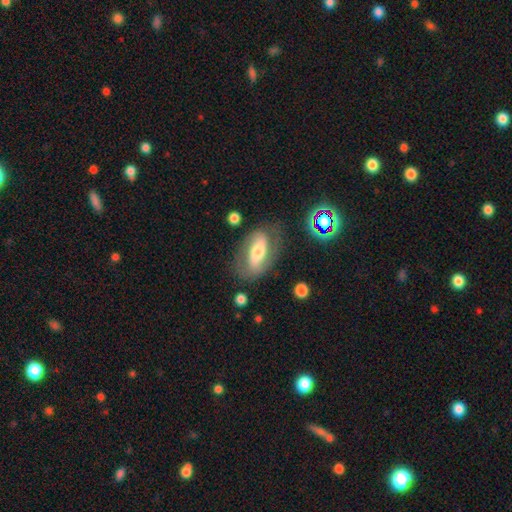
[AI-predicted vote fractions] A featured or disk galaxy (53%).

Vote fractions:
- Smooth or featured? featured or disk: 53% / smooth: 37% / star or artifact: 10%
- Edge-on disk? no: 83% / yes: 17%
- Merging? none: 71% / minor disturbance: 17% / major disturbance: 9% / merger: 3%